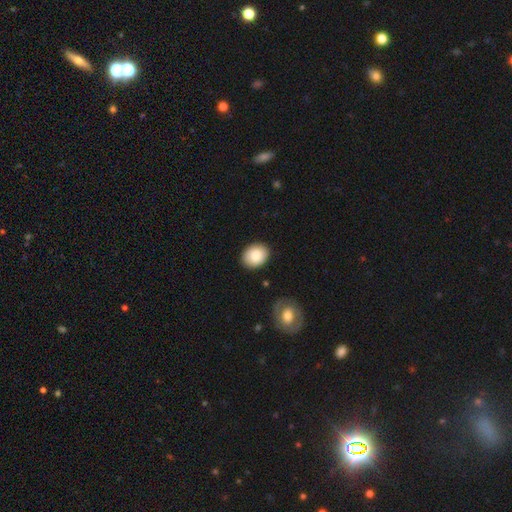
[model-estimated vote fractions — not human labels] smooth_or_featured: smooth (p=0.85) [alt: featured or disk p=0.08]
how_rounded: in between (p=0.60) [alt: round p=0.39]
merging: none (p=0.86) [alt: minor disturbance p=0.10]